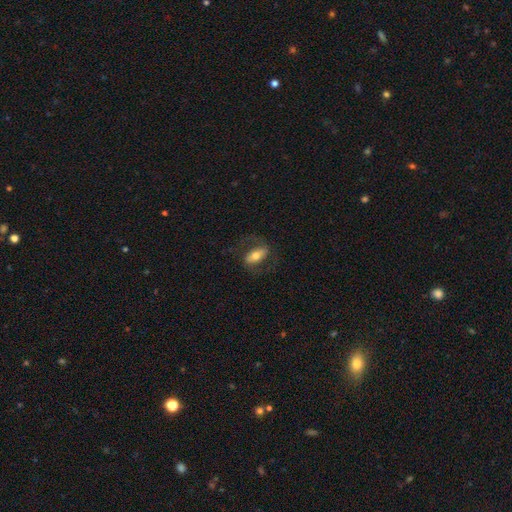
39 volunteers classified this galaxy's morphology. This appears to be a featured or disk galaxy (51%) with a strong bar (68%), 2 (100%) medium (53%) spiral arms (89%) and a moderate central bulge (63%). Merging: none (69%).